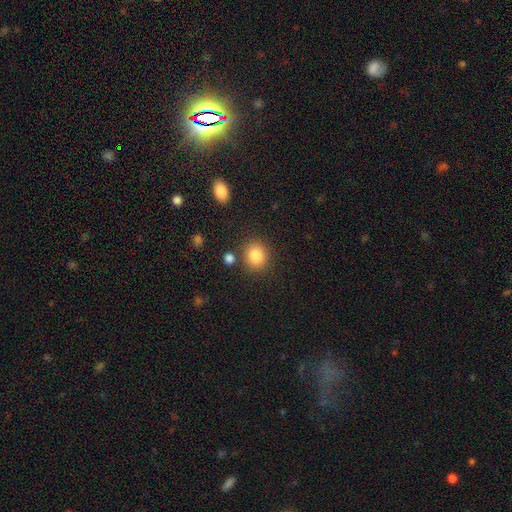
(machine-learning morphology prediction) A smooth galaxy with no disk features (84%) that is round (79%). Merging: none (83%).